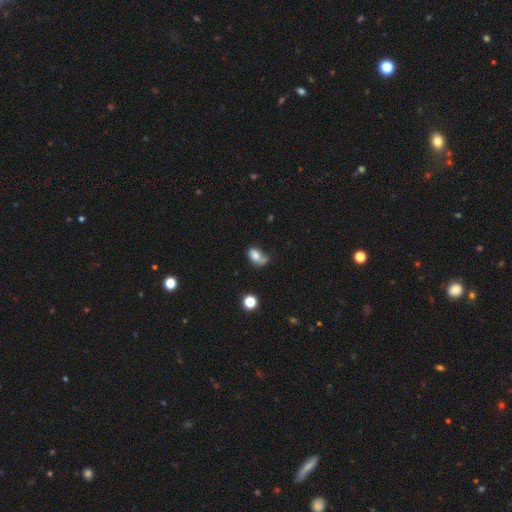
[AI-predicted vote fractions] smooth 74%, featured or disk 15%, star or artifact 11%. Down the decision tree: how rounded — in between (85%); merging — none (35%).